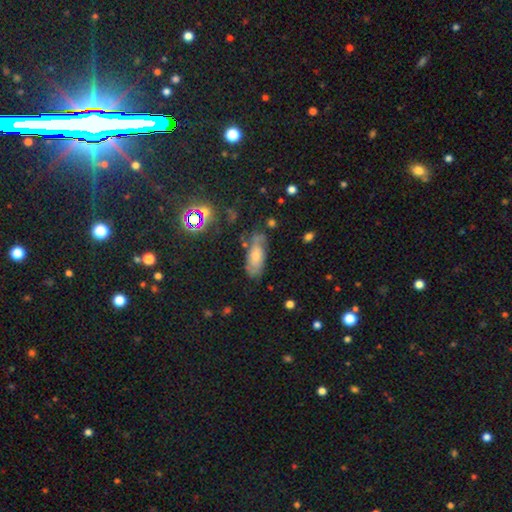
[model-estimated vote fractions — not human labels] Overall: smooth (45%; featured or disk 43%). Merging: none (60%; minor disturbance 25%).